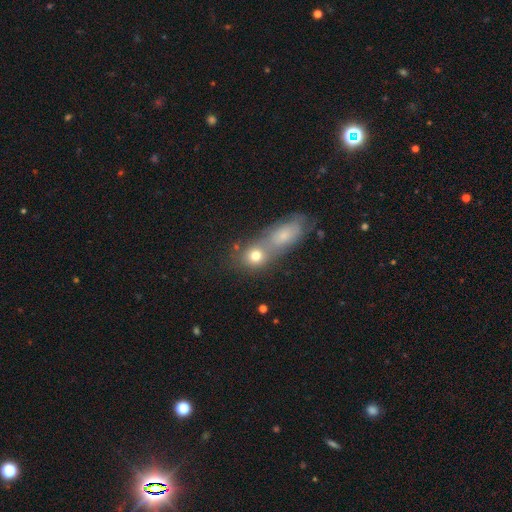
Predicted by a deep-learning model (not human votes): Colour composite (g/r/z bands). It shows a smooth galaxy with no disk features (74%) that is round (61%). Merging: merger (48%).